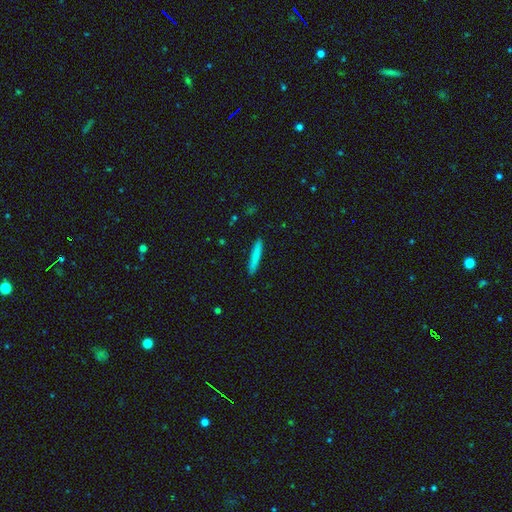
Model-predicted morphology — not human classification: A smooth galaxy with no disk features (80%) that is cigar-shaped (95%).

Vote fractions:
- Smooth or featured? smooth: 80% / featured or disk: 14% / star or artifact: 6%
- How rounded? cigar-shaped: 95% / in between: 4% / round: 1%
- Merging? none: 91% / minor disturbance: 6% / major disturbance: 1% / merger: 1%